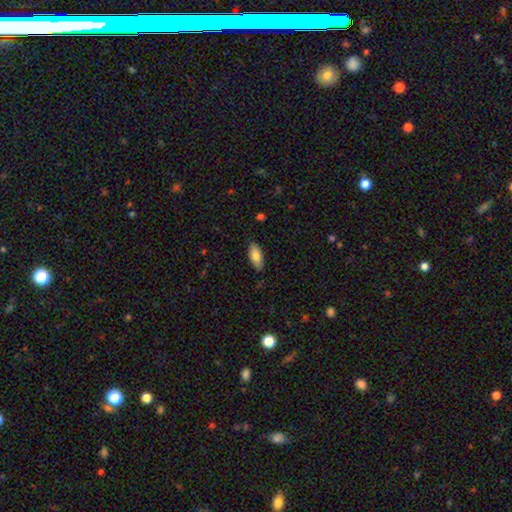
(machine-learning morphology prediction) Smooth or featured? Predicted: smooth (p=0.80). How rounded? Predicted: in between (p=0.83). Merging? Predicted: none (p=0.84).